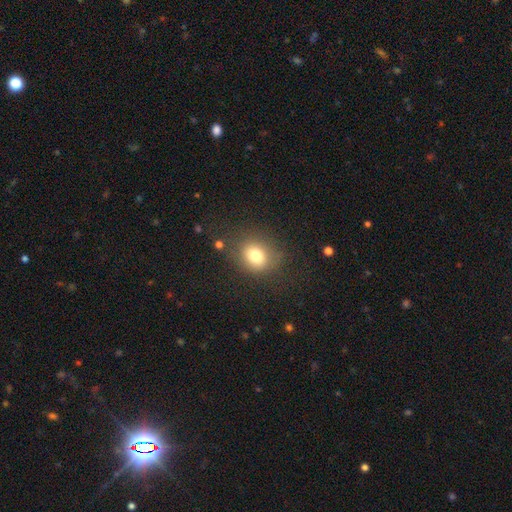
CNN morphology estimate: Smooth or featured?
  - smooth: 77% *
  - star or artifact: 13%
  - featured or disk: 10%
How rounded?
  - round: 67% *
  - in between: 32%
  - cigar-shaped: 1%
Merging?
  - none: 77% *
  - minor disturbance: 14%
  - major disturbance: 7%
  - merger: 2%